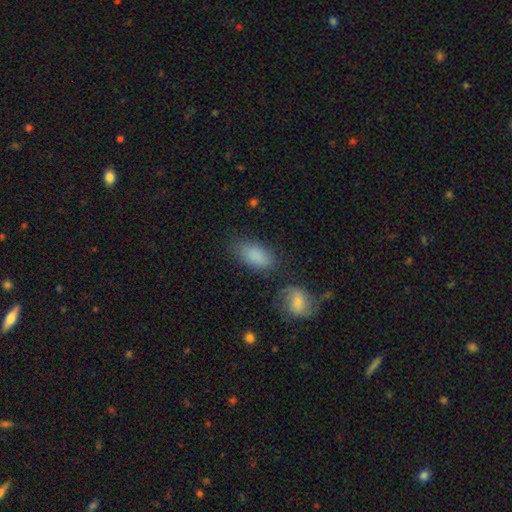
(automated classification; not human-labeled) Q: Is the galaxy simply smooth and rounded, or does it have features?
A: smooth — 86%.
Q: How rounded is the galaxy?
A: in between — 92%.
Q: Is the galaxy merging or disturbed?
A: none — 70%.